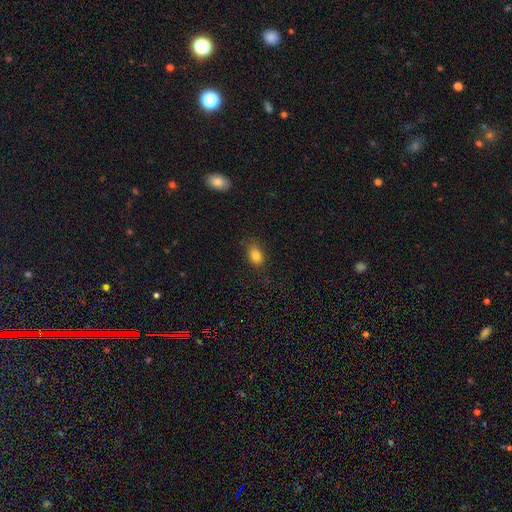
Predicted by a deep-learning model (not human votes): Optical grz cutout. It shows a smooth galaxy with no disk features (83%) that is in between round and cigar-shaped (76%). Merging: none (79%).